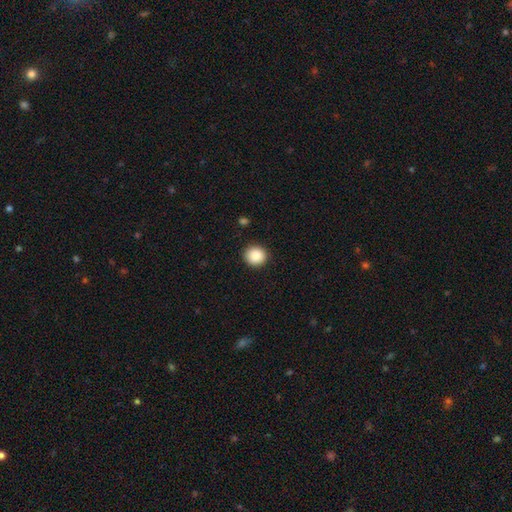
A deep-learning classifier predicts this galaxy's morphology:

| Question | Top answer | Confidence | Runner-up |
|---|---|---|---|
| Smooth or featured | smooth | 88% | star or artifact (8%) |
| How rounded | round | 91% | in between (8%) |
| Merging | none | 91% | minor disturbance (6%) |